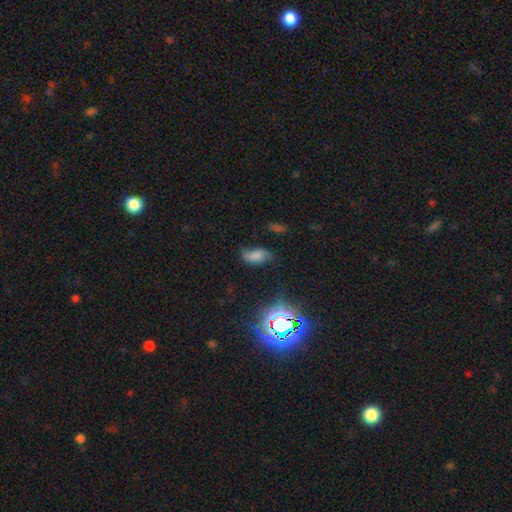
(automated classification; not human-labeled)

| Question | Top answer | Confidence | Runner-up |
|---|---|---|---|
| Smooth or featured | smooth | 55% | featured or disk (25%) |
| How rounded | in between | 89% | round (6%) |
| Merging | none | 49% | minor disturbance (31%) |